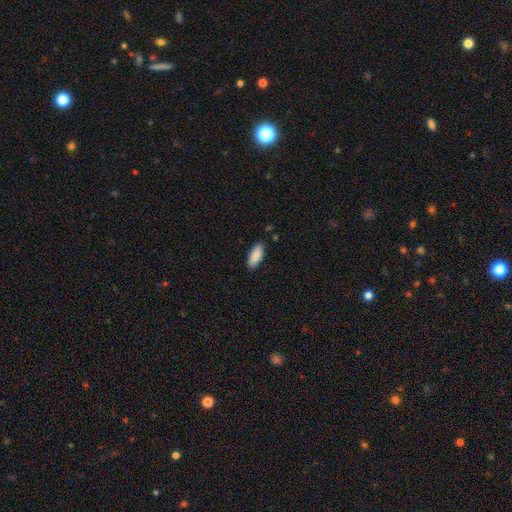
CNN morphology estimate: Smooth or featured? Predicted: smooth (p=0.90). How rounded? Predicted: in between (p=0.80). Merging? Predicted: none (p=0.87).